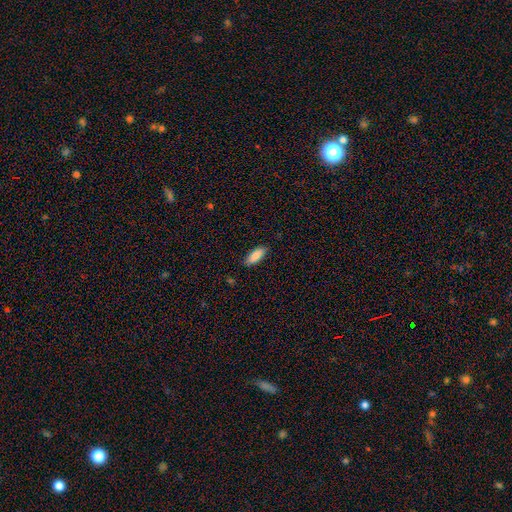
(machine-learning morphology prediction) A smooth galaxy with no disk features (88%) that is in between round and cigar-shaped (73%).

Vote fractions:
- Smooth or featured? smooth: 88% / star or artifact: 6% / featured or disk: 5%
- How rounded? in between: 73% / cigar-shaped: 26% / round: 2%
- Merging? none: 85% / minor disturbance: 12% / major disturbance: 2% / merger: 1%